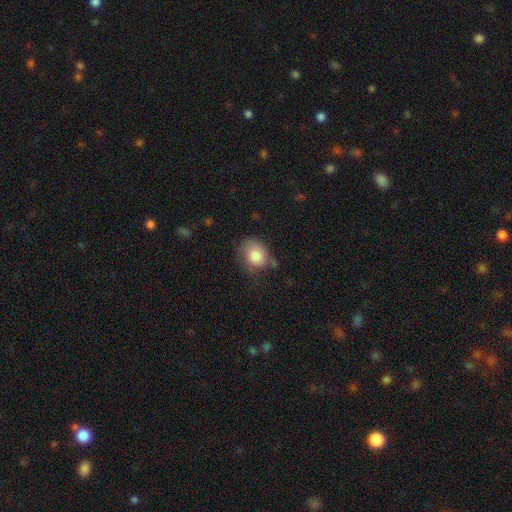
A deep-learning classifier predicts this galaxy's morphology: This appears to be a smooth galaxy with no disk features (82%) that is round (63%). Merging: none (52%).